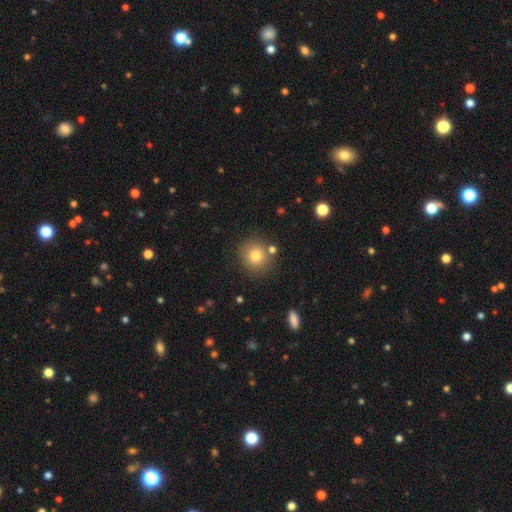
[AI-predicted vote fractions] Smooth or featured?
  - smooth: 78% *
  - star or artifact: 12%
  - featured or disk: 10%
How rounded?
  - round: 90% *
  - in between: 9%
  - cigar-shaped: 1%
Merging?
  - none: 82% *
  - minor disturbance: 9%
  - merger: 6%
  - major disturbance: 3%